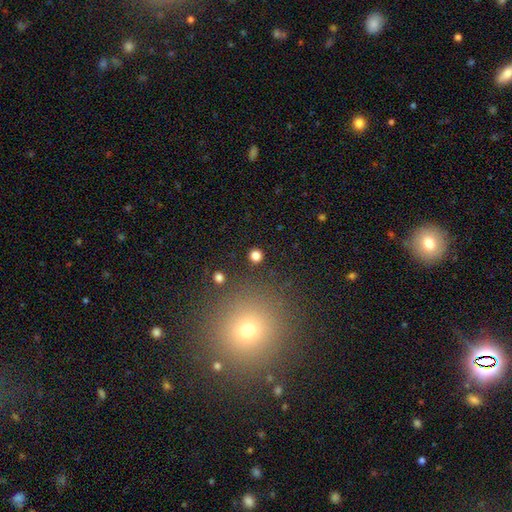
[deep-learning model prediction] Smooth or featured?
  - smooth: 81% *
  - star or artifact: 15%
  - featured or disk: 4%
How rounded?
  - round: 93% *
  - in between: 6%
  - cigar-shaped: 1%
Merging?
  - none: 90% *
  - minor disturbance: 5%
  - major disturbance: 2%
  - merger: 2%